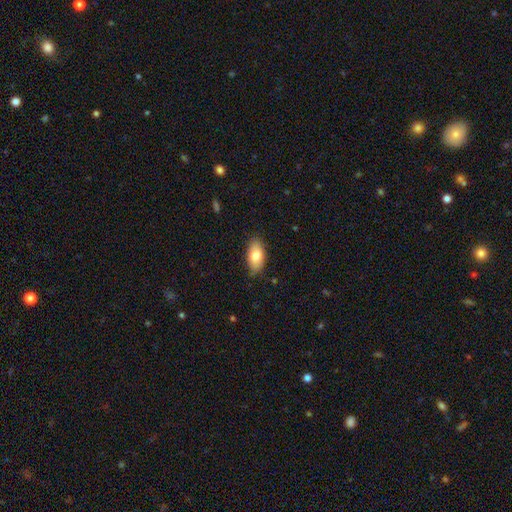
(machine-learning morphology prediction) A smooth galaxy with no disk features (79%) that is in between round and cigar-shaped (91%). Merging: none (83%).